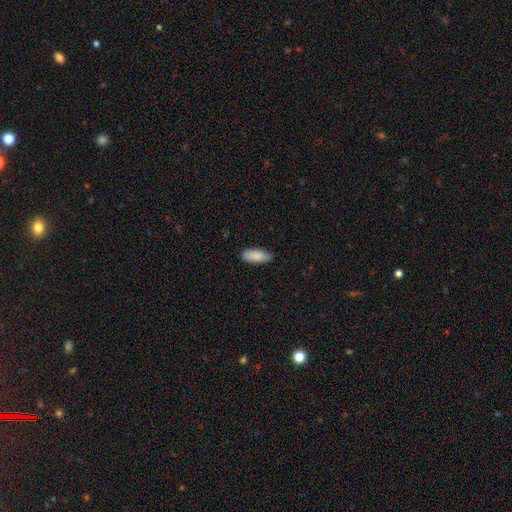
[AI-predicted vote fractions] Q: Smooth or featured?
A: smooth (88%); runner-up: featured or disk (6%)
Q: How rounded?
A: in between (82%); runner-up: cigar-shaped (16%)
Q: Merging?
A: none (82%); runner-up: minor disturbance (15%)